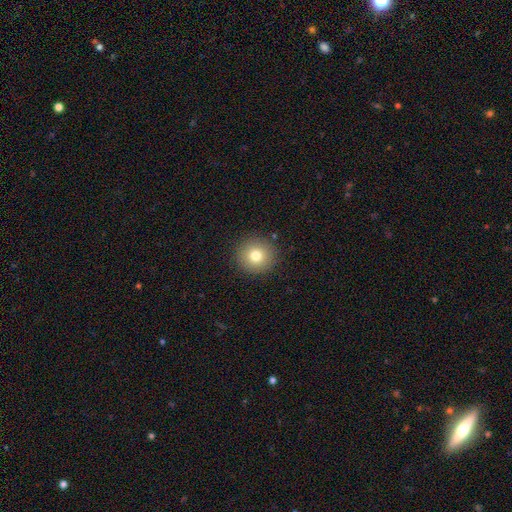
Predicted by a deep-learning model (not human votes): This is likely a smooth galaxy (77%). How rounded: clearly round (94%). Merging: clearly none (91%).